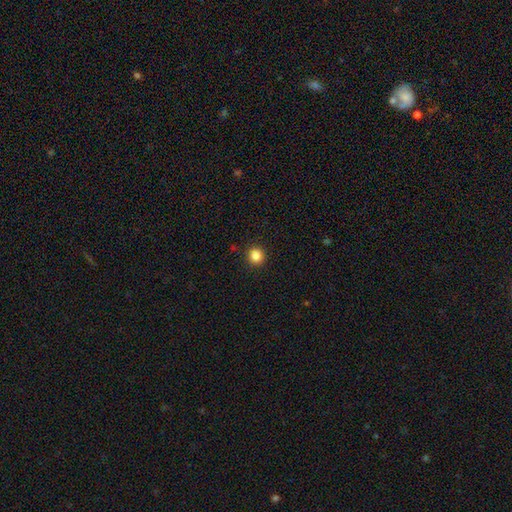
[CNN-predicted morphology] Smooth or featured? smooth (86%)
How rounded? round (92%)
Merging? none (92%)